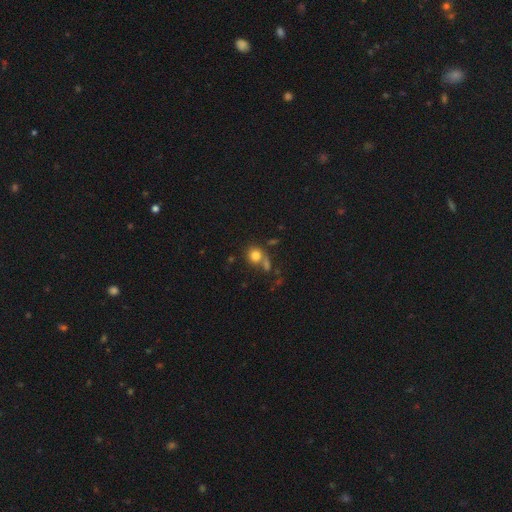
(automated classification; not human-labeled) A smooth galaxy with no disk features (79%) that is round (82%).

Vote fractions:
- Smooth or featured? smooth: 79% / star or artifact: 11% / featured or disk: 9%
- How rounded? round: 82% / in between: 17% / cigar-shaped: 1%
- Merging? none: 57% / merger: 22% / minor disturbance: 14% / major disturbance: 7%